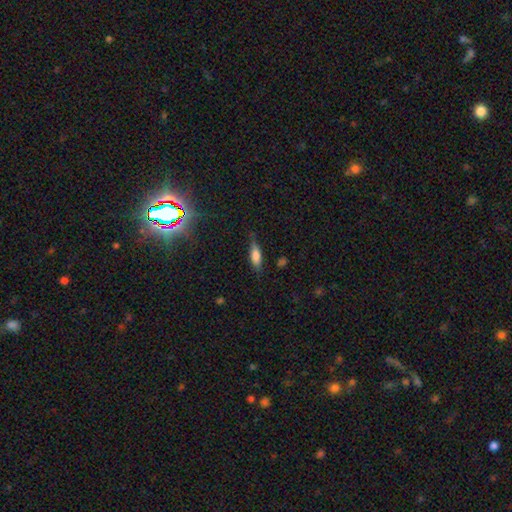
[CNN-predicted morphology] type=smooth (72%); roundness=in between (53%); merging=none (73%).